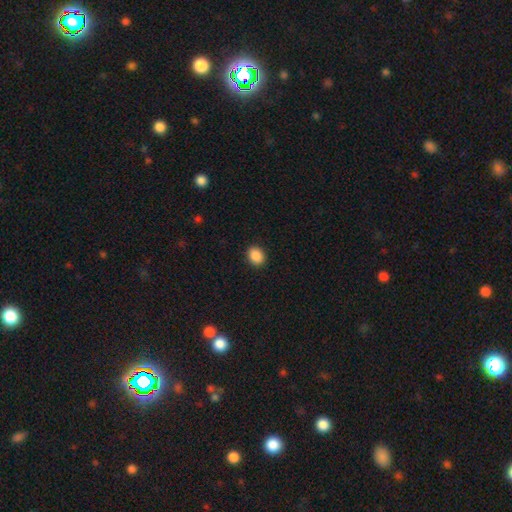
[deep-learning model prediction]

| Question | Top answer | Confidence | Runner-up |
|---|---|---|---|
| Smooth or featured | smooth | 89% | star or artifact (9%) |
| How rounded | round | 56% | in between (43%) |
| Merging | none | 91% | minor disturbance (6%) |